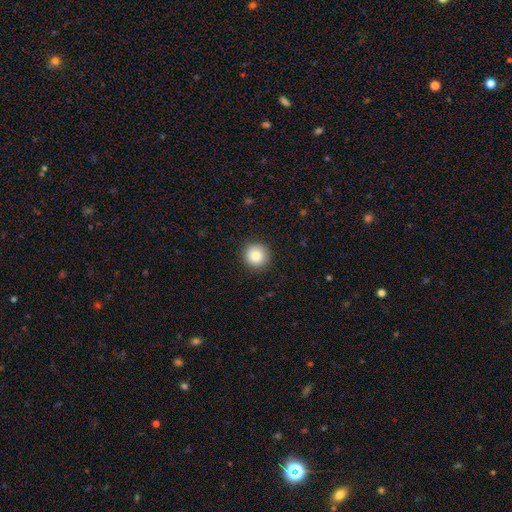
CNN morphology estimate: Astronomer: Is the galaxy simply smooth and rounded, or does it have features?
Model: smooth — 84%.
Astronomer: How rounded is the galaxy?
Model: round — 95%.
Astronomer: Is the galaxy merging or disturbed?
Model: none — 91%.